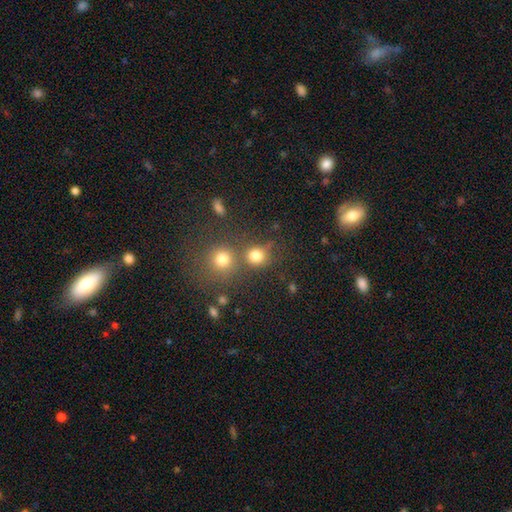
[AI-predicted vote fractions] Smooth or featured? Predicted: smooth (p=0.79). How rounded? Predicted: round (p=0.84). Merging? Predicted: none (p=0.60).